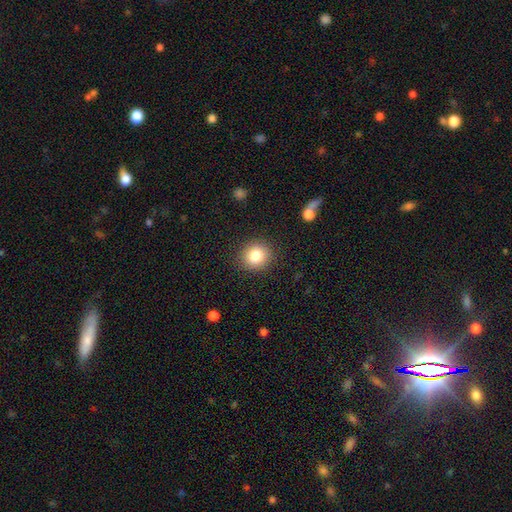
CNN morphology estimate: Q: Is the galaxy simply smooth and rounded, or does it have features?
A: smooth — 83%.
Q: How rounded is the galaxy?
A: round — 86%.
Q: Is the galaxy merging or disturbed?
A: none — 90%.